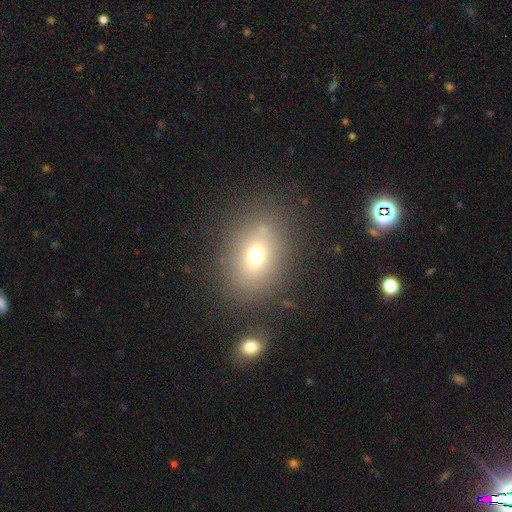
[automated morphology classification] smooth 67%, featured or disk 17%, star or artifact 16%. Down the decision tree: how rounded — in between (65%); merging — none (78%).